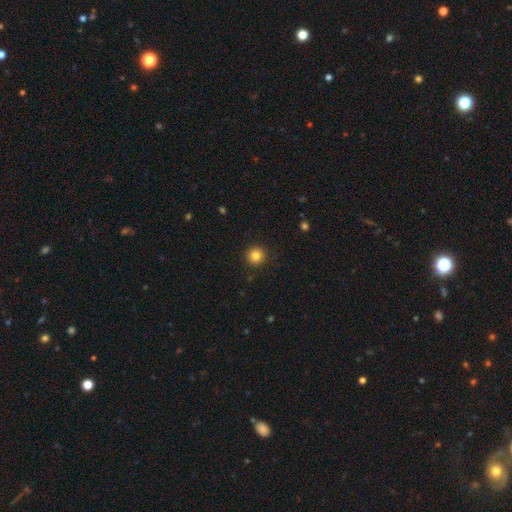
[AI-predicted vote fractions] This appears to be a smooth galaxy with no disk features (82%) that is round (95%). Merging: none (92%).